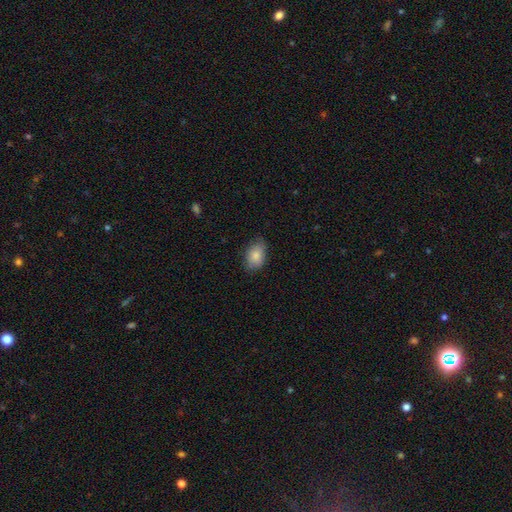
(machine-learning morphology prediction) smooth 83%, featured or disk 10%, star or artifact 7%. Down the decision tree: how rounded — in between (88%); merging — none (73%).